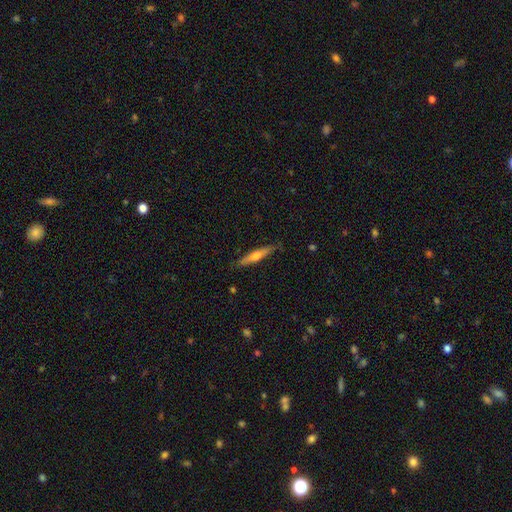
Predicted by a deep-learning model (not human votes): Smooth or featured? smooth (49%)
Merging? none (85%)